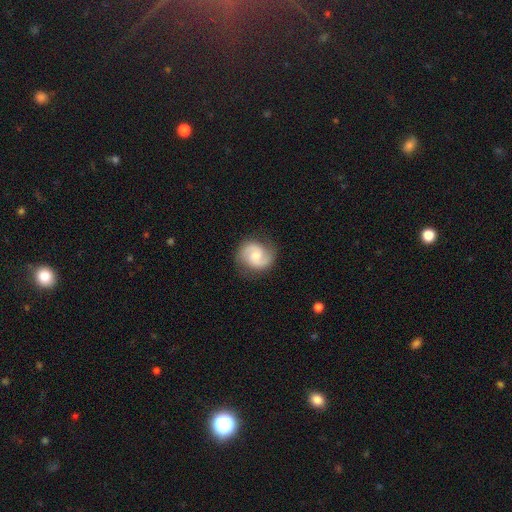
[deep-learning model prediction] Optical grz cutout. It shows a featured or disk galaxy (76%) with no bar (55%), 2 (92%) medium (52%) spiral arms (96%) and a moderate central bulge (51%). Merging: none (82%).